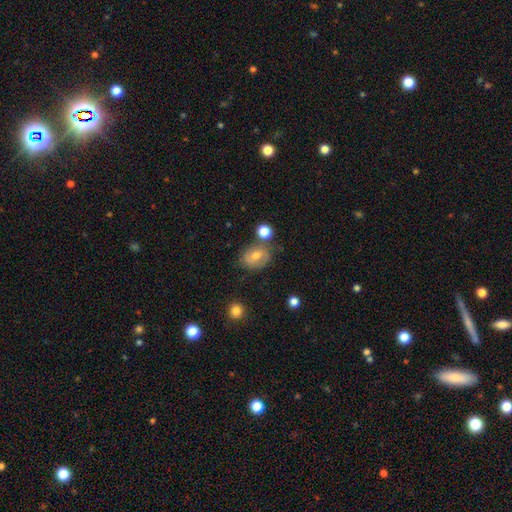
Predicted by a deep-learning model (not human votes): Overall: smooth (51%; featured or disk 37%). How rounded: in between (55%; round 44%). Merging: none (66%).